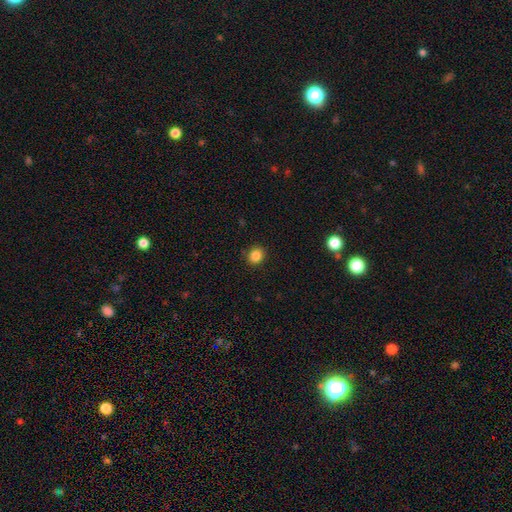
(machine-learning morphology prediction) This is clearly a smooth galaxy (85%). How rounded: likely round (78%). Merging: clearly none (89%).